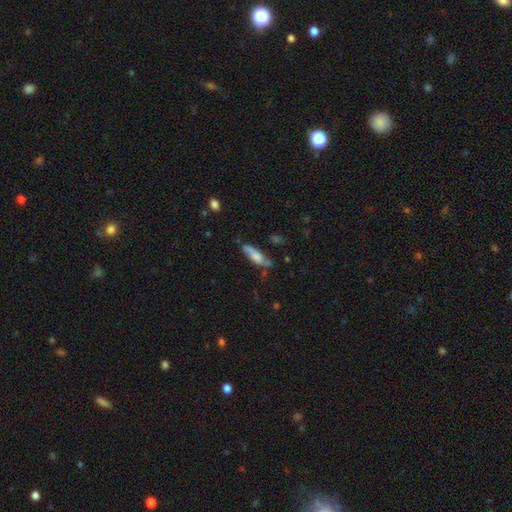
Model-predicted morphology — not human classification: Q: Smooth or featured?
A: smooth (63%); runner-up: featured or disk (30%)
Q: How rounded?
A: cigar-shaped (57%); runner-up: in between (41%)
Q: Merging?
A: none (54%); runner-up: minor disturbance (28%)